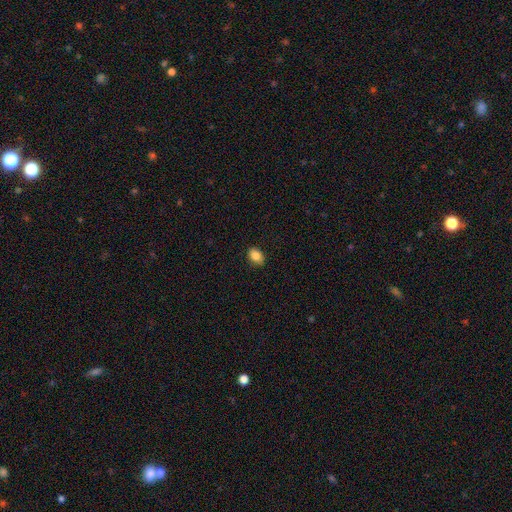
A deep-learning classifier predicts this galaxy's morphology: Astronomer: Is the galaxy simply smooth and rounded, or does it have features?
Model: smooth — 86%.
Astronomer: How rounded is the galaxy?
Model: in between — 77%.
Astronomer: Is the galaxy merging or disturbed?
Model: none — 88%.